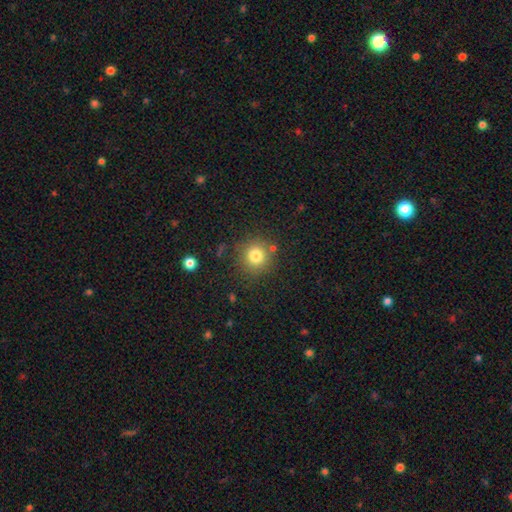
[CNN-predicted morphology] Overall: smooth (80%). How rounded: round (92%). Merging: none (82%).